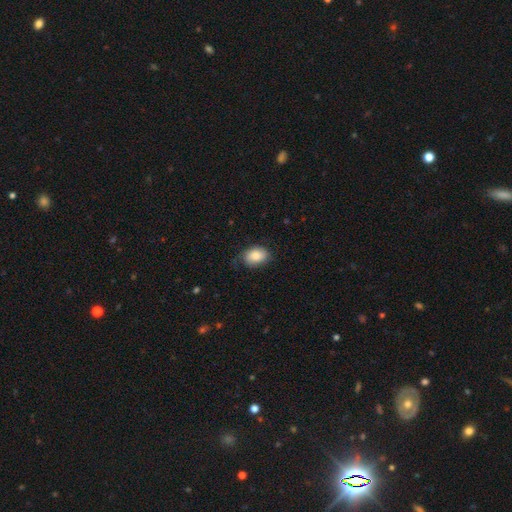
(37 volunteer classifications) This is clearly a smooth galaxy (89%). How rounded: clearly in between (82%). Merging: possibly none (59%).